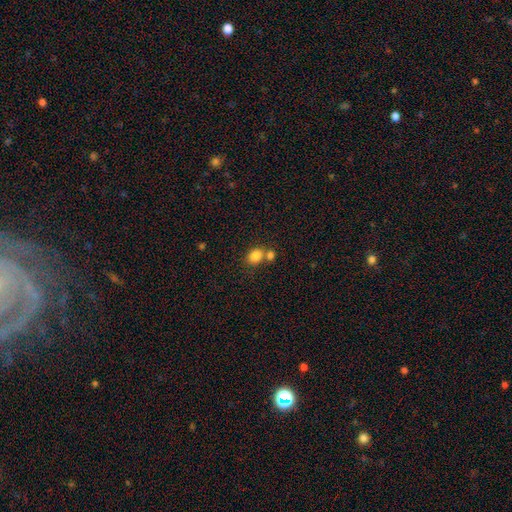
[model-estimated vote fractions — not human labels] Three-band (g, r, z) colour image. It shows a smooth galaxy with no disk features (84%) that is in between round and cigar-shaped (51%). Merging: none (50%).